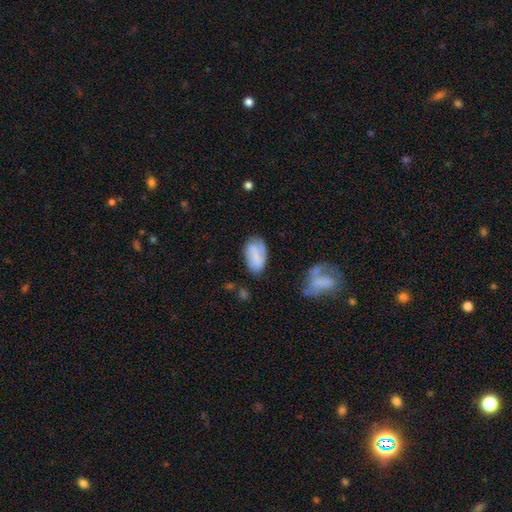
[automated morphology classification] Overall: smooth (64%; featured or disk 28%). How rounded: in between (92%). Merging: none (65%).